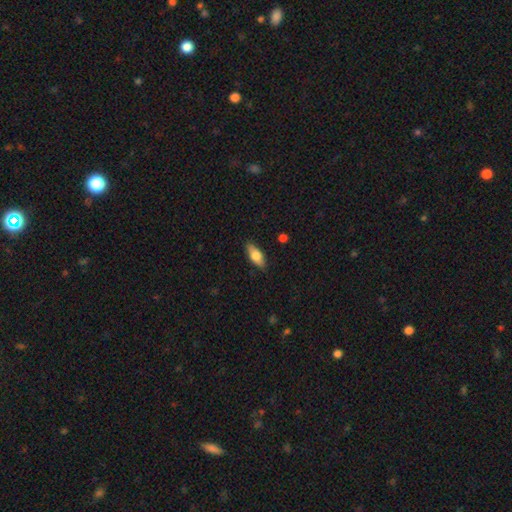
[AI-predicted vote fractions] Smooth or featured: smooth — 68% (featured or disk — 25%)
How rounded: in between — 76% (cigar-shaped — 21%)
Merging: none — 86% (minor disturbance — 11%)